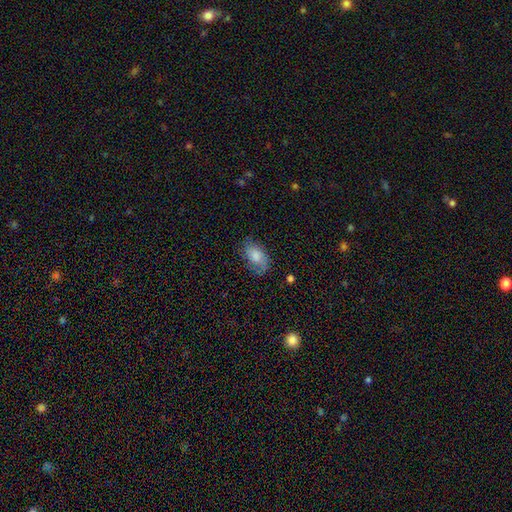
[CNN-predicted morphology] smooth-or-featured: smooth: 62% | featured or disk: 29% | star or artifact: 9%
  how-rounded: in between: 89% | round: 8% | cigar-shaped: 2%
  merging: none: 66% | minor disturbance: 24% | major disturbance: 8% | merger: 1%